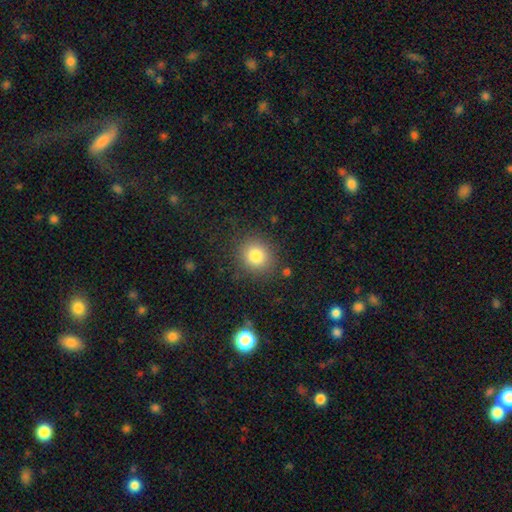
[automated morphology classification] A smooth galaxy with no disk features (82%) that is round (83%).

Vote fractions:
- Smooth or featured? smooth: 82% / star or artifact: 12% / featured or disk: 7%
- How rounded? round: 83% / in between: 16% / cigar-shaped: 1%
- Merging? none: 85% / minor disturbance: 9% / major disturbance: 4% / merger: 2%